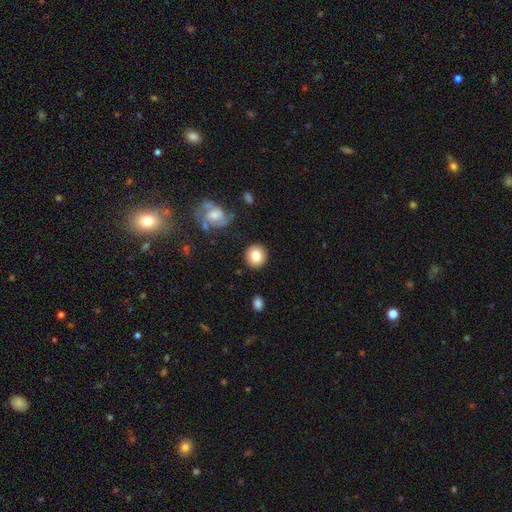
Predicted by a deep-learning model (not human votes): smooth 81%, featured or disk 11%, star or artifact 8%. Down the decision tree: how rounded — round (90%); merging — none (89%).